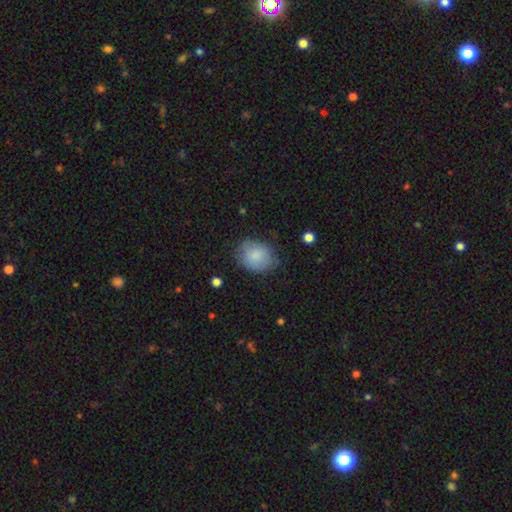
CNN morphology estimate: type=smooth (85%); roundness=in between (52%); merging=none (74%).